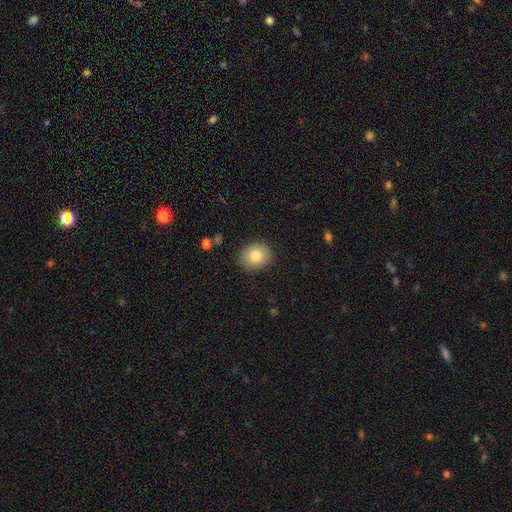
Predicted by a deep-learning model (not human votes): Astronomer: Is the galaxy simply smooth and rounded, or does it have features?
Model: smooth — 80%.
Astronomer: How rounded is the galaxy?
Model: round — 59% (runner-up: in between, 40%).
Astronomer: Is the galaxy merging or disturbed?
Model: none — 88%.